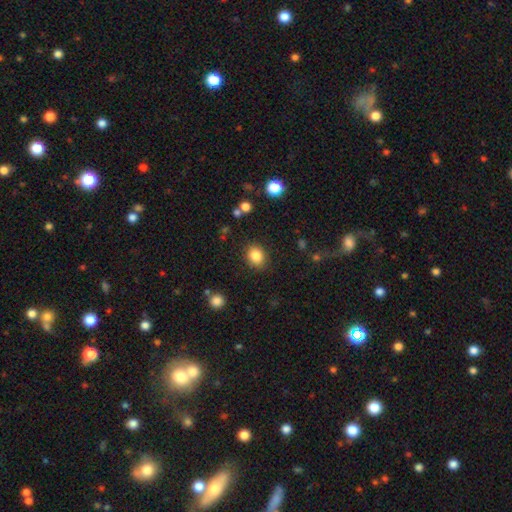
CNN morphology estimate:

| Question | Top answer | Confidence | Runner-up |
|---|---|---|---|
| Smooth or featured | smooth | 85% | star or artifact (10%) |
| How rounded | round | 57% | in between (42%) |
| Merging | none | 86% | minor disturbance (9%) |